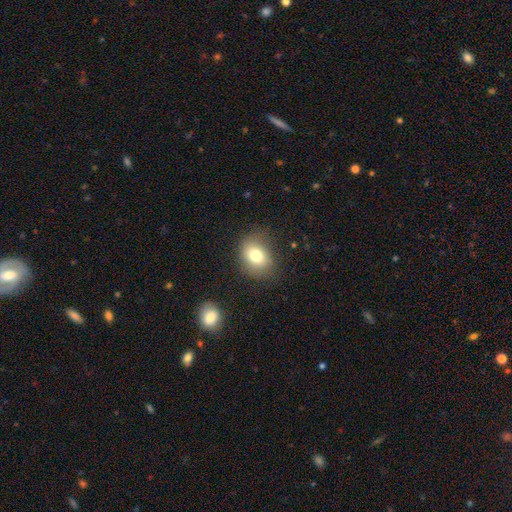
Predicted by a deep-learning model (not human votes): Smooth or featured? smooth (77%)
How rounded? in between (52%)
Merging? none (75%)